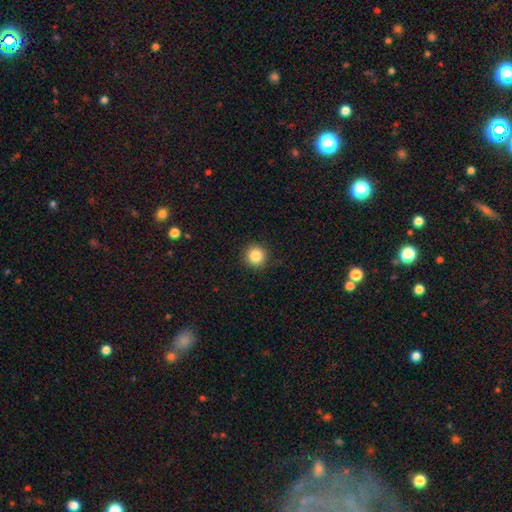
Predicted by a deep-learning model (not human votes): Q: Smooth or featured?
A: smooth (85%); runner-up: star or artifact (10%)
Q: How rounded?
A: round (95%); runner-up: in between (4%)
Q: Merging?
A: none (91%); runner-up: minor disturbance (6%)